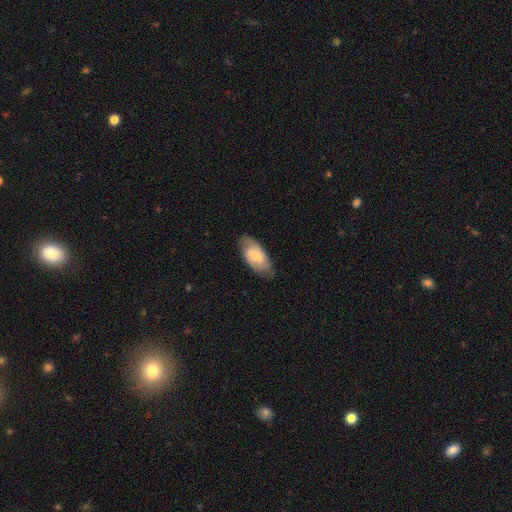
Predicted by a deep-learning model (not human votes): Smooth or featured? Predicted: featured or disk (p=0.47, tied with smooth). Merging? Predicted: none (p=0.78).